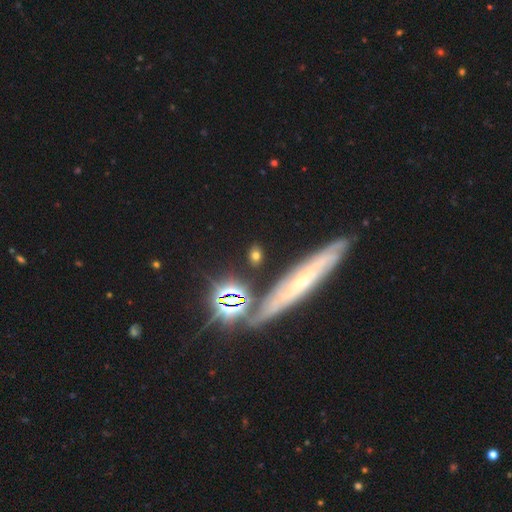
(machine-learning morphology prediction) The model was most divided on "how rounded": in between: 58%, round: 29%, cigar-shaped: 13%. More confident: merging — none (83%); smooth or featured — smooth (63%).